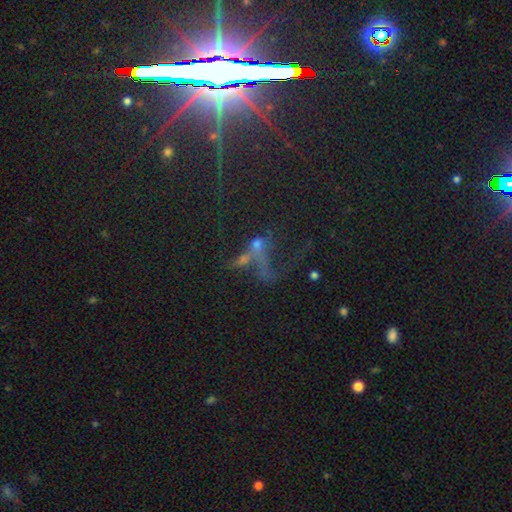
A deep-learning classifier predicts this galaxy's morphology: Smooth or featured? Predicted: star or artifact (p=0.46).